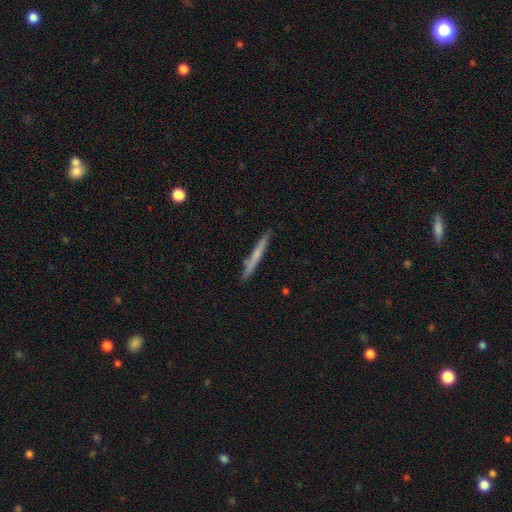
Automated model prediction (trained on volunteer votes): Smooth or featured? Predicted: smooth (p=0.55). How rounded? Predicted: cigar-shaped (p=0.96). Merging? Predicted: none (p=0.87).